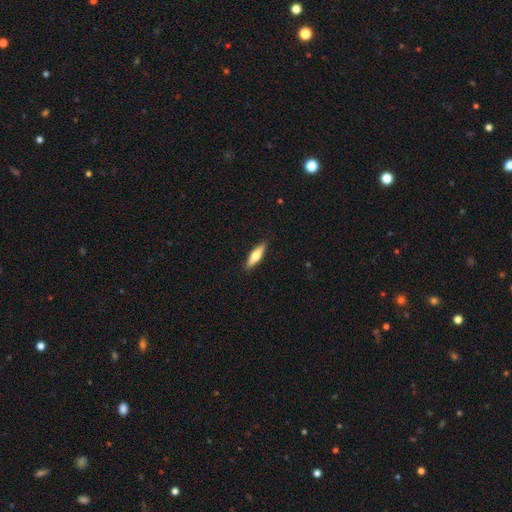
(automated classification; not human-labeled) smooth-or-featured: smooth: 58% | featured or disk: 37% | star or artifact: 6%
  how-rounded: cigar-shaped: 64% | in between: 34% | round: 2%
  merging: none: 90% | minor disturbance: 7% | major disturbance: 2% | merger: 1%